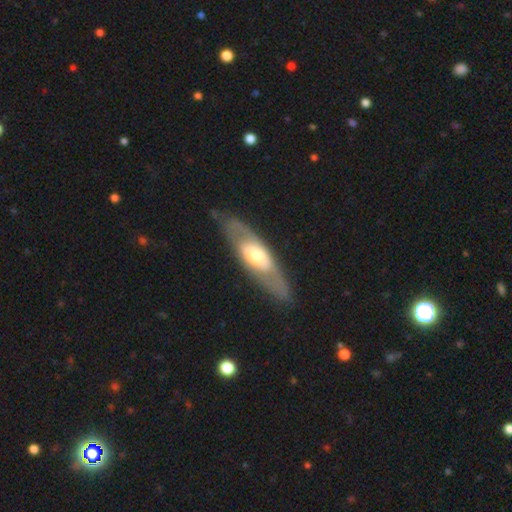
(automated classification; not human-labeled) Overall: featured or disk (65%; smooth 30%). Edge-on disk: no (67%; yes 33%). Merging: none (79%).